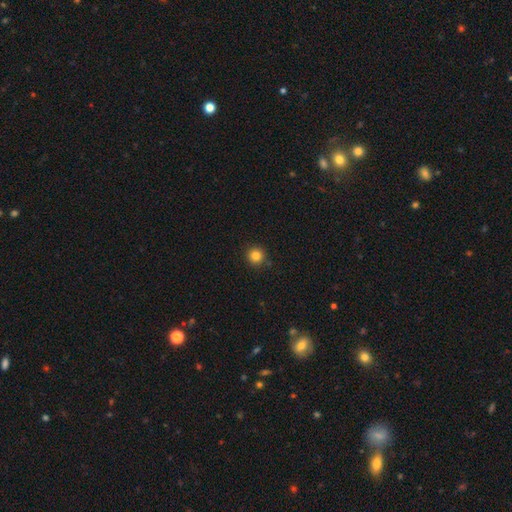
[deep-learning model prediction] smooth 83%, star or artifact 12%, featured or disk 5%. Down the decision tree: how rounded — round (95%); merging — none (90%).